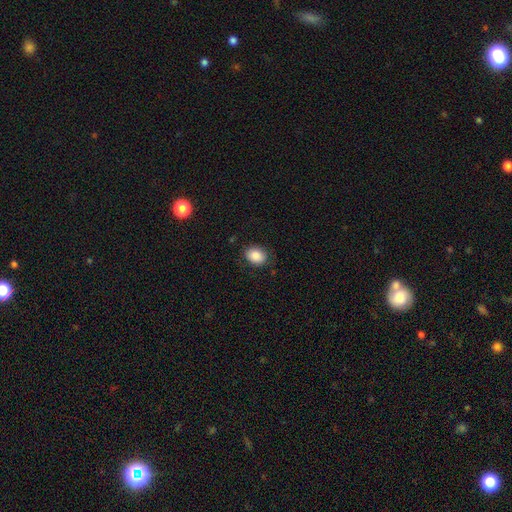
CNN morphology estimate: This is clearly a smooth galaxy (87%). How rounded: likely in between (66%). Merging: clearly none (81%).